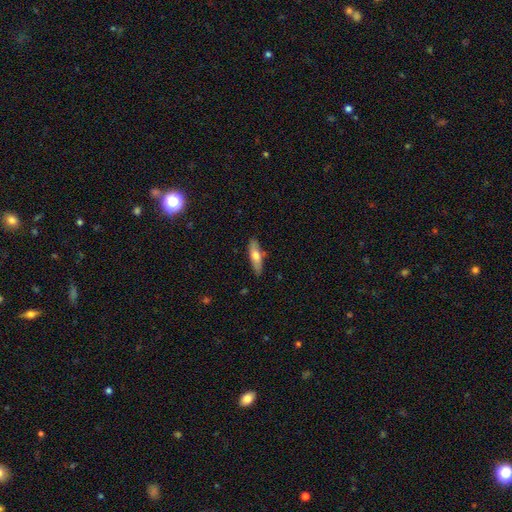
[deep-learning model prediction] A smooth galaxy with no disk features (62%) that is cigar-shaped (56%). Merging: none (83%).